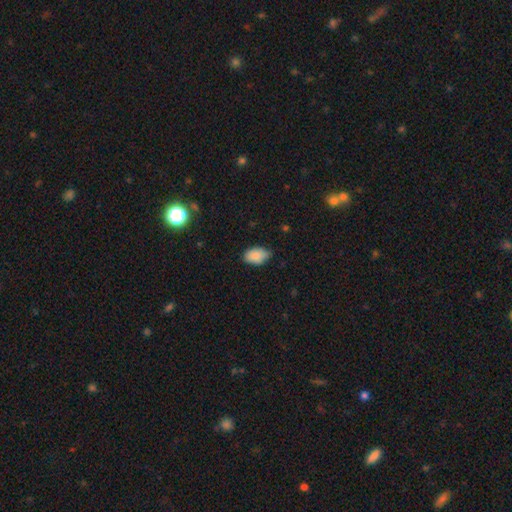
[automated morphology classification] This is clearly a smooth galaxy (87%). How rounded: clearly in between (91%). Merging: likely none (72%).